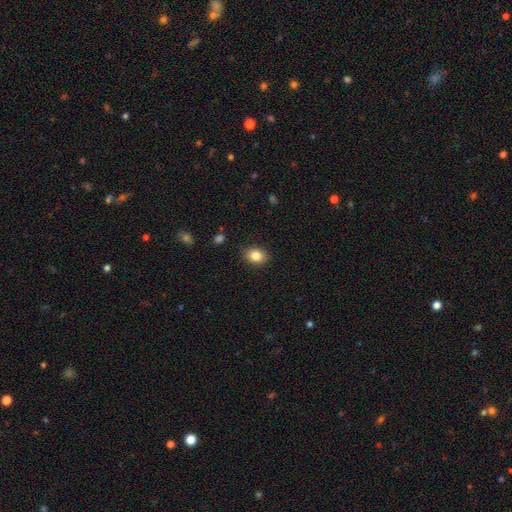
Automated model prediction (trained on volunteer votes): Smooth or featured?
  - smooth: 85% *
  - star or artifact: 9%
  - featured or disk: 6%
How rounded?
  - in between: 61% *
  - round: 38%
  - cigar-shaped: 1%
Merging?
  - none: 87% *
  - minor disturbance: 9%
  - major disturbance: 2%
  - merger: 1%